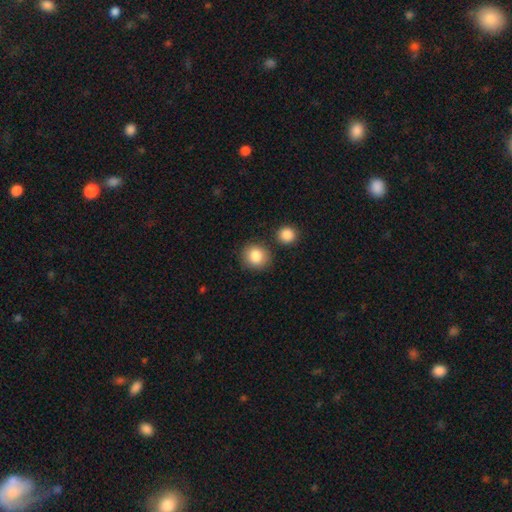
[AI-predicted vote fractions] Morphology: type=smooth (85%); roundness=round (84%); merging=none (82%).